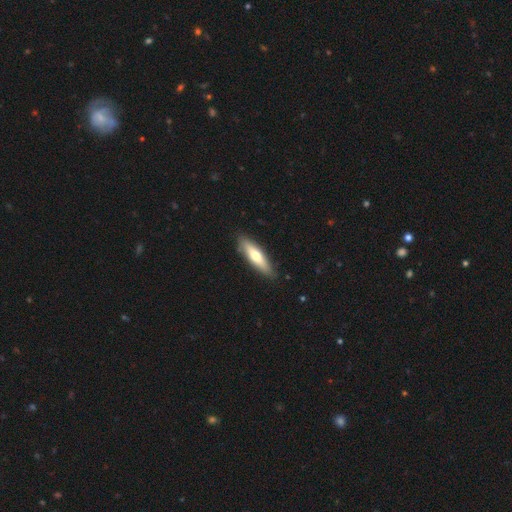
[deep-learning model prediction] A smooth galaxy with no disk features (59%) that is cigar-shaped (64%).

Vote fractions:
- Smooth or featured? smooth: 59% / featured or disk: 36% / star or artifact: 5%
- How rounded? cigar-shaped: 64% / in between: 35% / round: 2%
- Merging? none: 86% / minor disturbance: 10% / major disturbance: 2% / merger: 1%